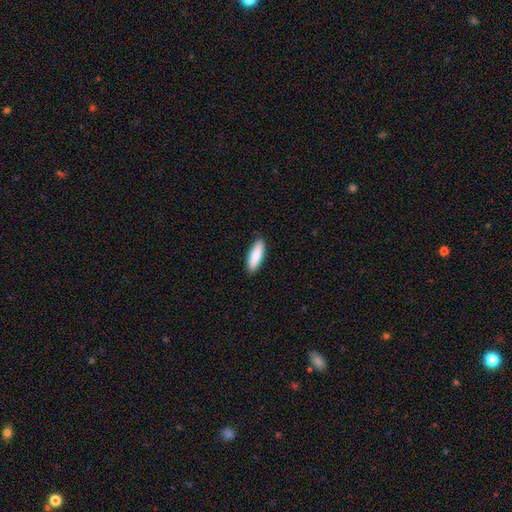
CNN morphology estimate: Smooth or featured? smooth (87%)
How rounded? cigar-shaped (57%)
Merging? none (89%)